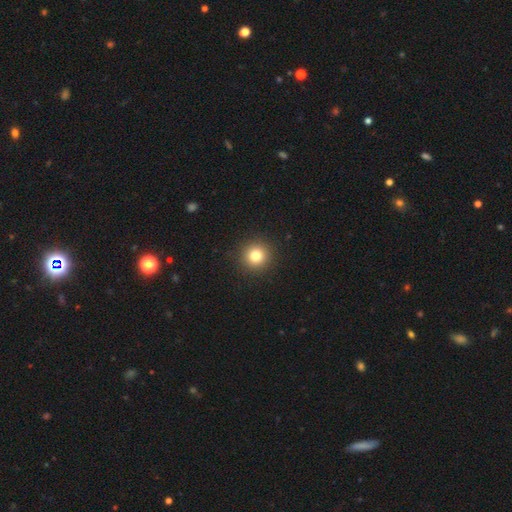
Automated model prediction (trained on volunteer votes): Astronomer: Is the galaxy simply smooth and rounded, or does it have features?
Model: smooth — 81%.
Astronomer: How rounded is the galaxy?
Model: round — 95%.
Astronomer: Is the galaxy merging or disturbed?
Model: none — 92%.